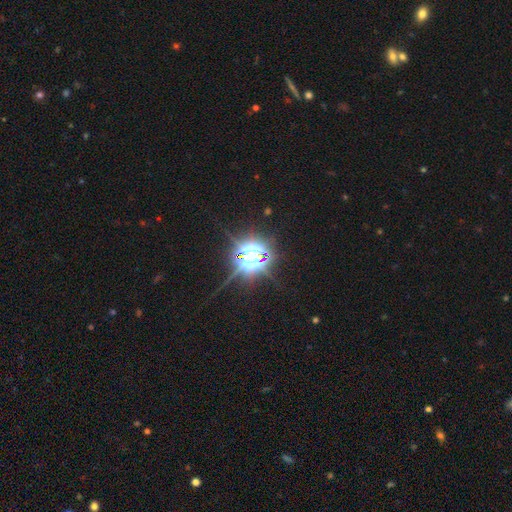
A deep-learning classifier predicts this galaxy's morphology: The model was most divided on "smooth or featured": star or artifact: 71%, smooth: 15%, featured or disk: 14%.